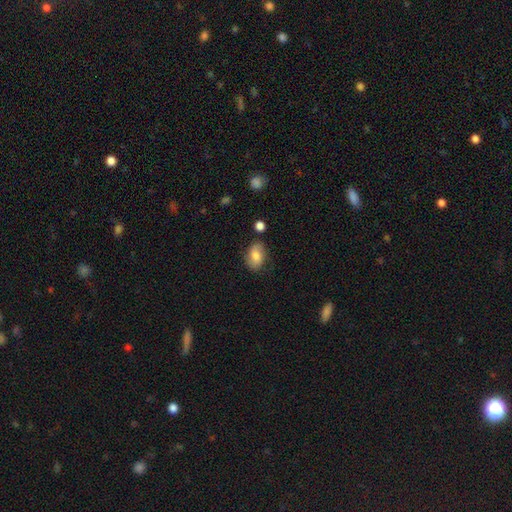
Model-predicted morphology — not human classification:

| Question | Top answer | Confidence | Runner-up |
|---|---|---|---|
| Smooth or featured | smooth | 69% | featured or disk (22%) |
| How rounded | in between | 85% | round (13%) |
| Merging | none | 72% | minor disturbance (20%) |